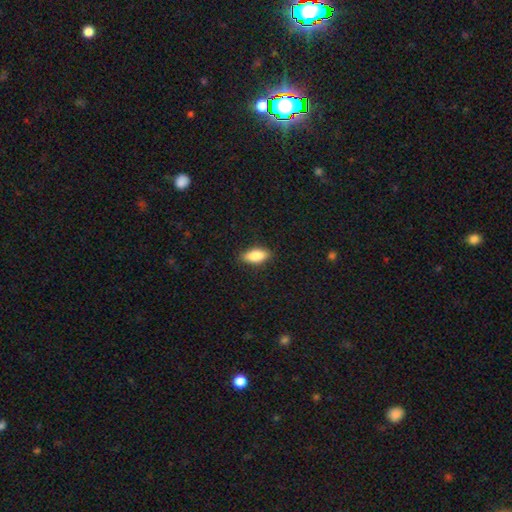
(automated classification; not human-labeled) A smooth galaxy with no disk features (83%) that is in between round and cigar-shaped (84%).

Vote fractions:
- Smooth or featured? smooth: 83% / featured or disk: 10% / star or artifact: 6%
- How rounded? in between: 84% / cigar-shaped: 13% / round: 3%
- Merging? none: 87% / minor disturbance: 10% / major disturbance: 2% / merger: 1%